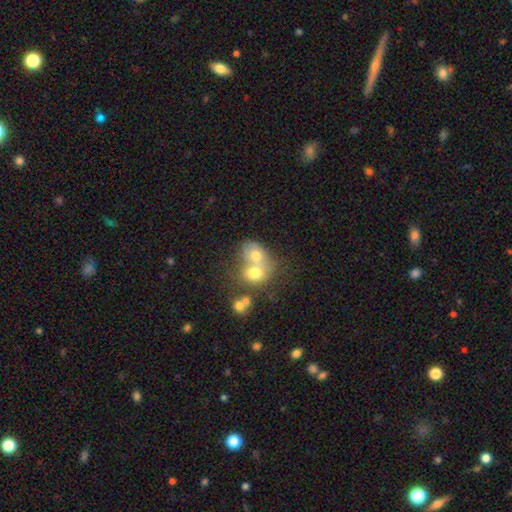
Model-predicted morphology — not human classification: Smooth or featured? Predicted: smooth (p=0.66). How rounded? Predicted: round (p=0.57). Merging? Predicted: merger (p=0.68).